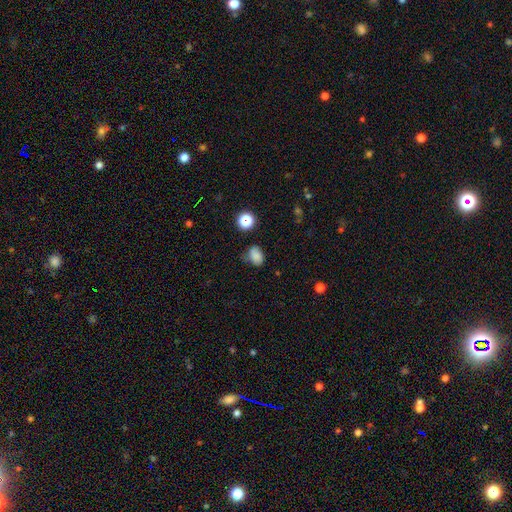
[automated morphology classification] A smooth galaxy with no disk features (79%) that is in between round and cigar-shaped (74%). Merging: none (55%).